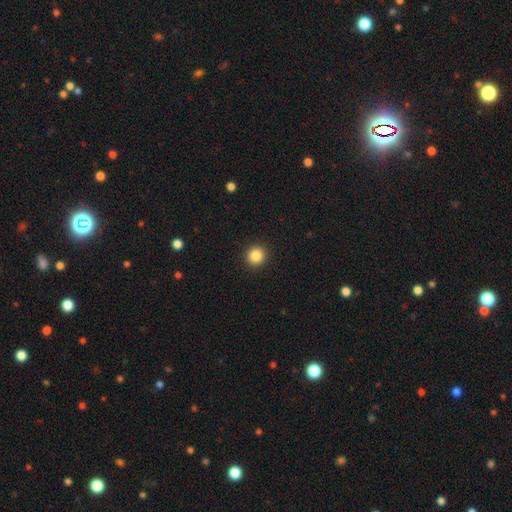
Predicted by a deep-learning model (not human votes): Smooth or featured?
  - smooth: 85% *
  - star or artifact: 10%
  - featured or disk: 4%
How rounded?
  - round: 92% *
  - in between: 7%
  - cigar-shaped: 1%
Merging?
  - none: 93% *
  - minor disturbance: 4%
  - major disturbance: 2%
  - merger: 1%